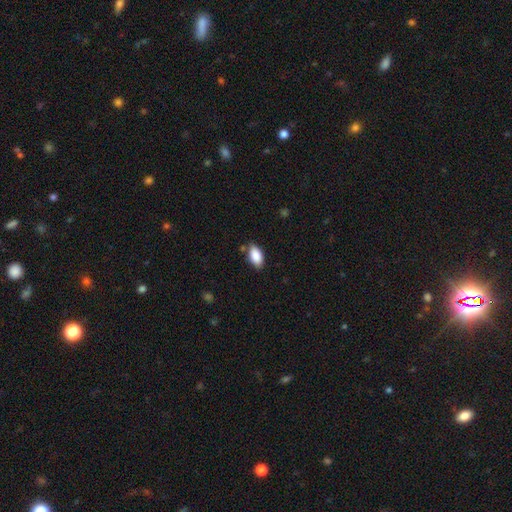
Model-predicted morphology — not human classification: The model was most divided on "merging": none: 79%, minor disturbance: 15%, merger: 3%, major disturbance: 3%. More confident: how rounded — in between (92%); smooth or featured — smooth (88%).